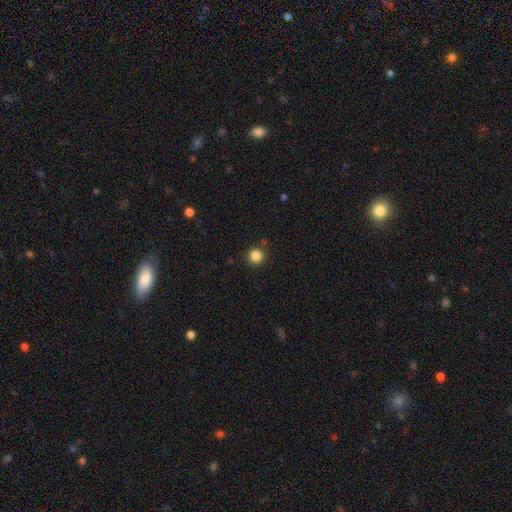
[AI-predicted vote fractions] Smooth or featured?
  - smooth: 85% *
  - star or artifact: 11%
  - featured or disk: 3%
How rounded?
  - round: 95% *
  - in between: 4%
  - cigar-shaped: 1%
Merging?
  - none: 88% *
  - minor disturbance: 7%
  - merger: 3%
  - major disturbance: 2%